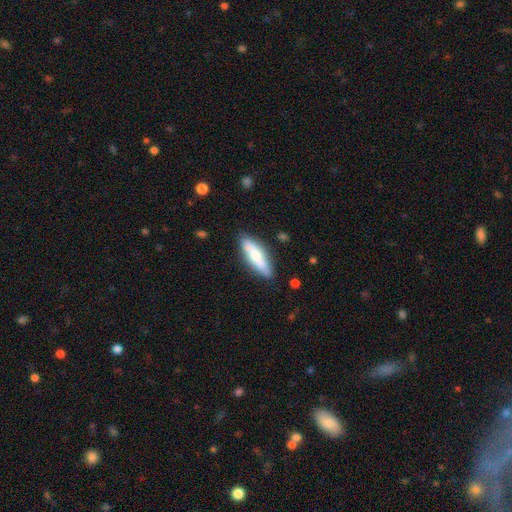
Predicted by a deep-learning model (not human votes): Smooth or featured?
  - smooth: 64% *
  - featured or disk: 30%
  - star or artifact: 6%
How rounded?
  - cigar-shaped: 58% *
  - in between: 40%
  - round: 2%
Merging?
  - none: 82% *
  - minor disturbance: 13%
  - major disturbance: 3%
  - merger: 2%